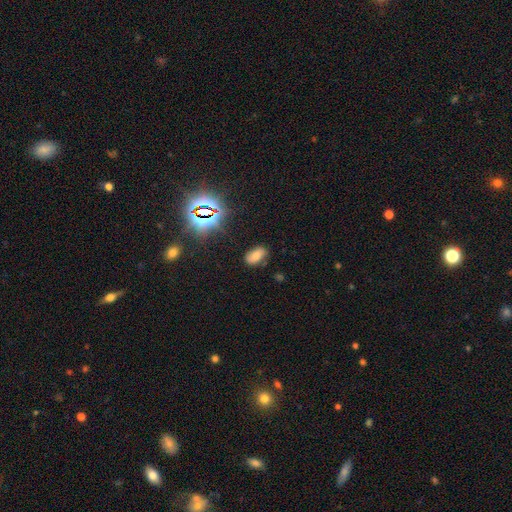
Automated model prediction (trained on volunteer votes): Q: Smooth or featured?
A: smooth (69%); runner-up: star or artifact (19%)
Q: How rounded?
A: in between (92%); runner-up: round (6%)
Q: Merging?
A: none (75%); runner-up: minor disturbance (18%)